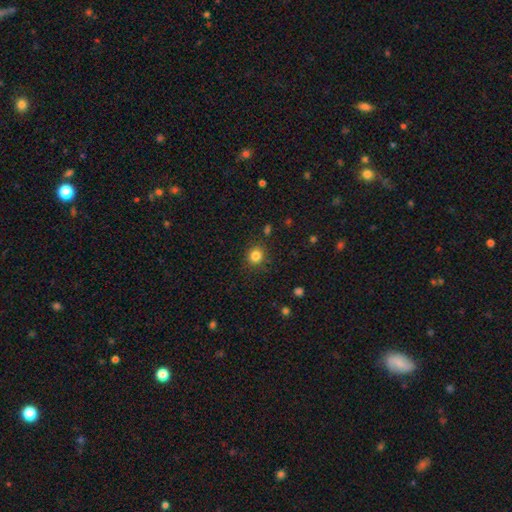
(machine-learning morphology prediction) type=smooth (83%); roundness=round (84%); merging=none (86%).